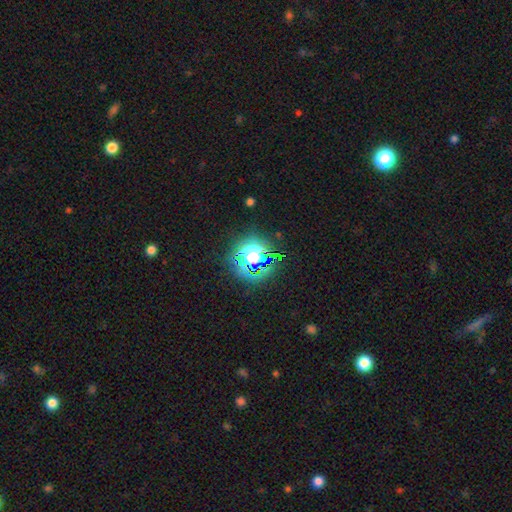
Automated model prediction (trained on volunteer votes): Q: Smooth or featured?
A: star or artifact (69%); runner-up: smooth (21%)